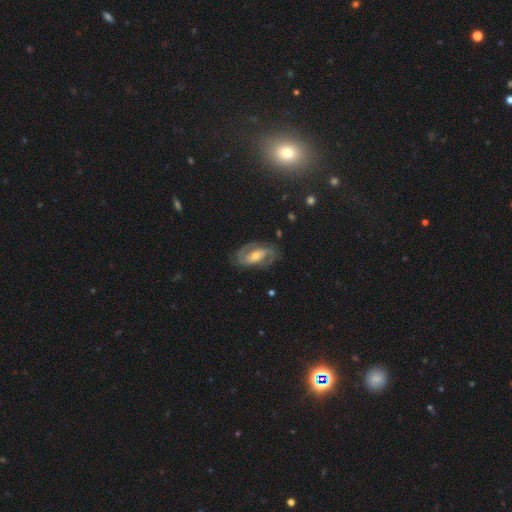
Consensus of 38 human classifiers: This appears to be a featured or disk galaxy (92%) with no bar (53%), 2 (55%) tight (45%, tied with medium) spiral arms (97%) and a moderate central bulge (56%). Merging: none (71%).